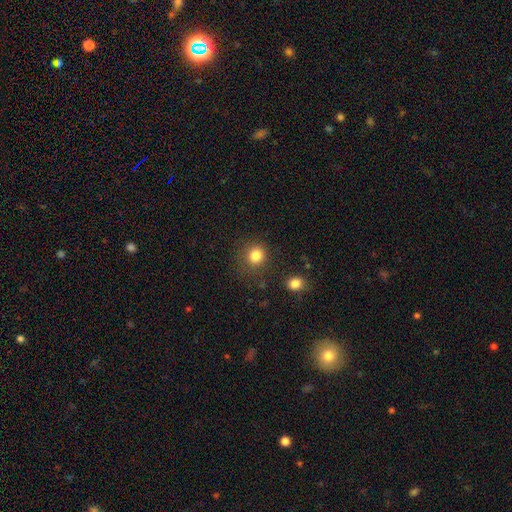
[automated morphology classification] Overall: smooth (83%). How rounded: round (87%). Merging: none (83%).